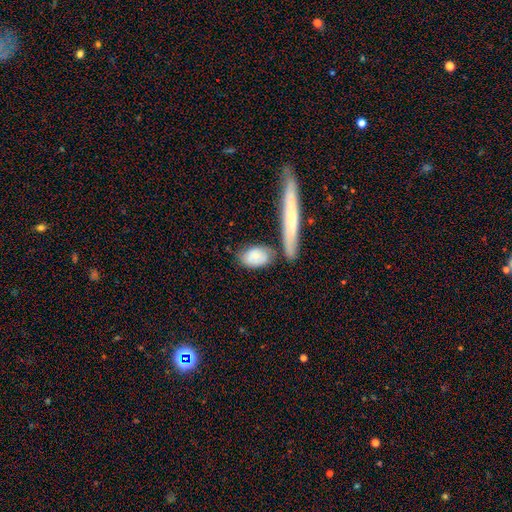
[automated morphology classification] Smooth or featured: smooth — 67% (featured or disk — 27%)
How rounded: in between — 79% (cigar-shaped — 13%)
Merging: none — 57% (merger — 19%)